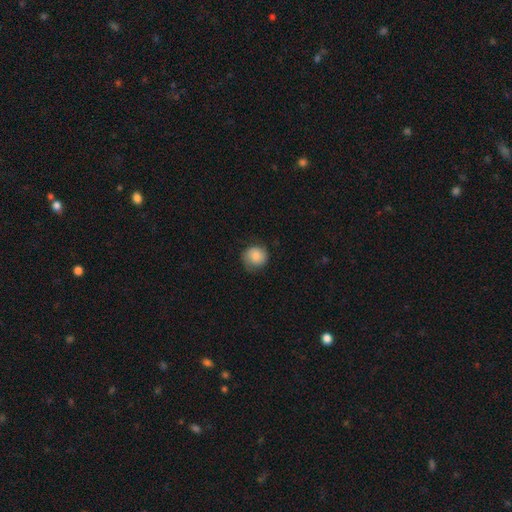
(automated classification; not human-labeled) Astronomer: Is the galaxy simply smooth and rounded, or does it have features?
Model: smooth — 82%.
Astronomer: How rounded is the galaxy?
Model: round — 88%.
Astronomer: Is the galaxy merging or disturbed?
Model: none — 72%.